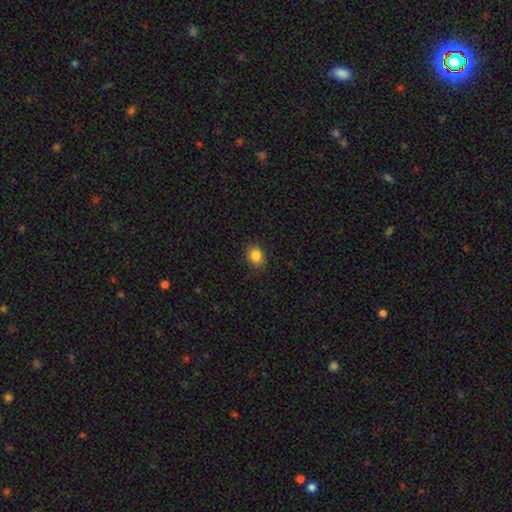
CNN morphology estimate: Smooth or featured: smooth — 85% (star or artifact — 10%)
How rounded: in between — 50% (round — 49%)
Merging: none — 85% (minor disturbance — 11%)